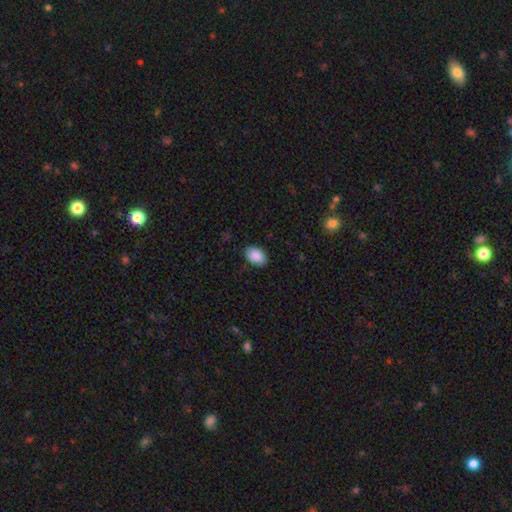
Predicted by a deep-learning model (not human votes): The model was most divided on "merging": none: 86%, minor disturbance: 10%, major disturbance: 2%, merger: 1%. More confident: smooth or featured — smooth (89%); how rounded — in between (89%).